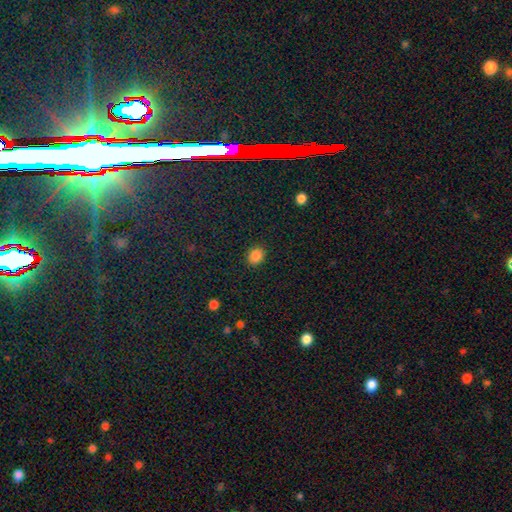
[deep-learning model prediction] A smooth galaxy with no disk features (87%) that is round (62%). Merging: none (90%).